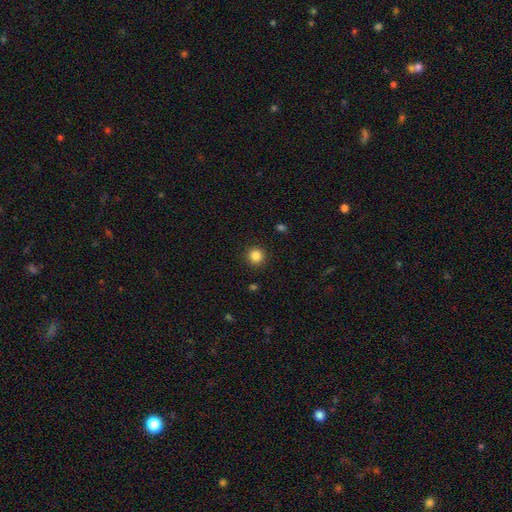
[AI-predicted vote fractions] A smooth galaxy with no disk features (84%) that is round (95%). Merging: none (92%).